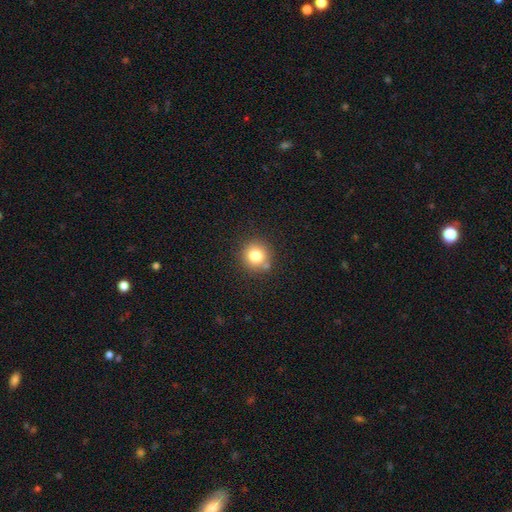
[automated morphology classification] Smooth or featured: smooth — 80% (star or artifact — 12%)
How rounded: round — 93% (in between — 7%)
Merging: none — 81% (minor disturbance — 10%)